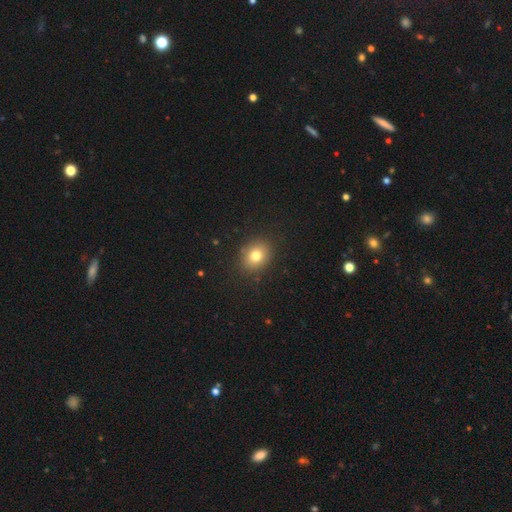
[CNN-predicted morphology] smooth-or-featured: smooth: 78% | star or artifact: 12% | featured or disk: 10%
  how-rounded: round: 57% | in between: 42% | cigar-shaped: 1%
  merging: none: 88% | minor disturbance: 8% | major disturbance: 3% | merger: 1%